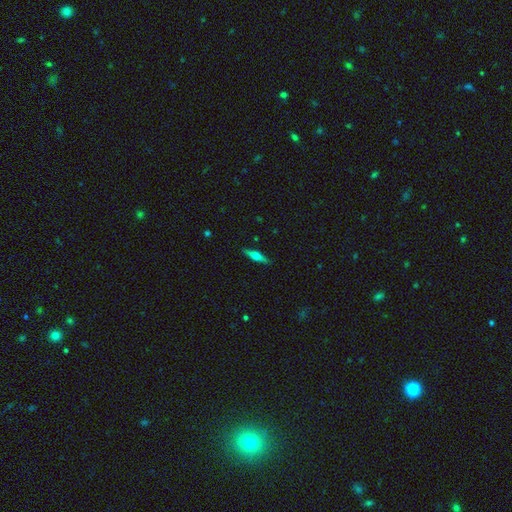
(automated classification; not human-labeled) Morphology: type=featured or disk (62%); edge-on=yes (97%); edge-on bulge=rounded (92%); merging=none (90%).